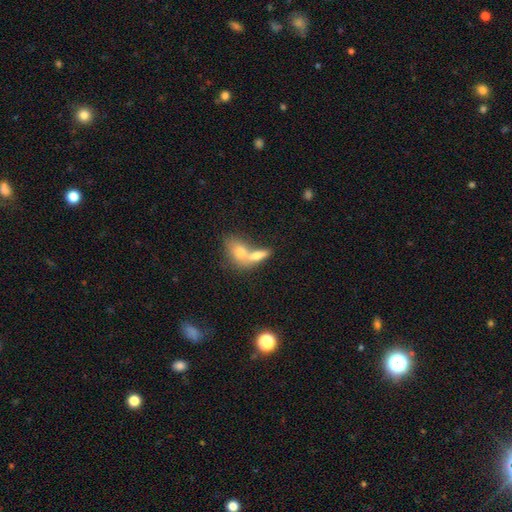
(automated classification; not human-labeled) This is likely a smooth galaxy (66%). How rounded: likely in between (69%). Merging: likely merger (63%).